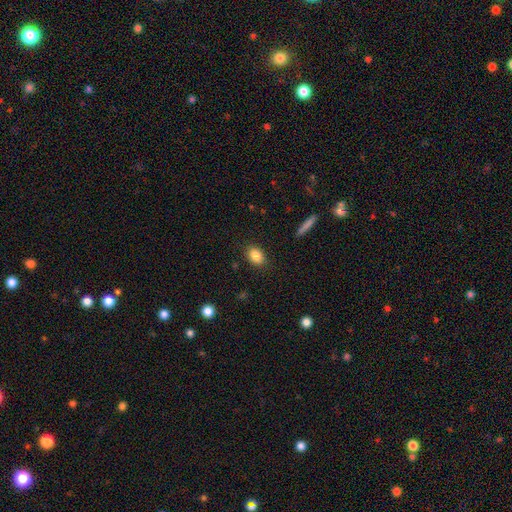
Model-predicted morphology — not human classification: This appears to be a smooth galaxy with no disk features (85%) that is in between round and cigar-shaped (78%). Merging: none (87%).